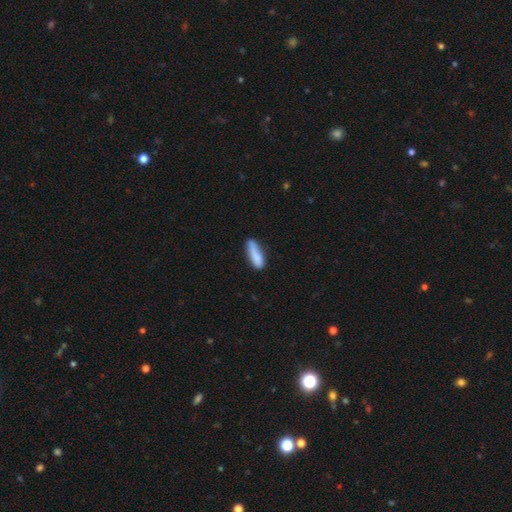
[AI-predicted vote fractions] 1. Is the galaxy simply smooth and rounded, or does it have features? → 81% smooth, 13% featured or disk, 7% star or artifact.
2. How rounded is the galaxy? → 58% cigar-shaped, 40% in between, 2% round.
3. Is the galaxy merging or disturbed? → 61% none, 27% minor disturbance, 7% major disturbance, 6% merger.